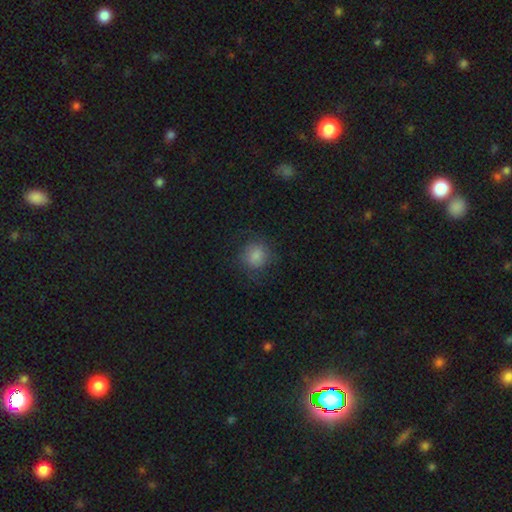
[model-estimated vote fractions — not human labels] Smooth or featured? Predicted: smooth (p=0.80). How rounded? Predicted: round (p=0.85). Merging? Predicted: none (p=0.77).